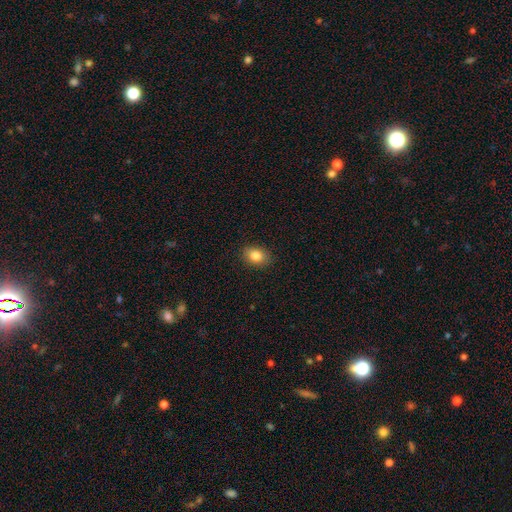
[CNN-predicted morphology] smooth_or_featured: smooth (p=0.84) [alt: star or artifact p=0.09]
how_rounded: in between (p=0.71) [alt: round p=0.28]
merging: none (p=0.89) [alt: minor disturbance p=0.08]